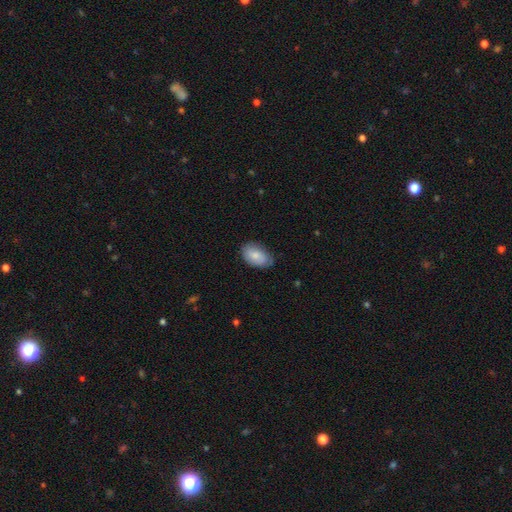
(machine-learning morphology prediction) Smooth or featured: smooth — 79% (featured or disk — 15%)
How rounded: in between — 92% (round — 7%)
Merging: none — 74% (minor disturbance — 22%)